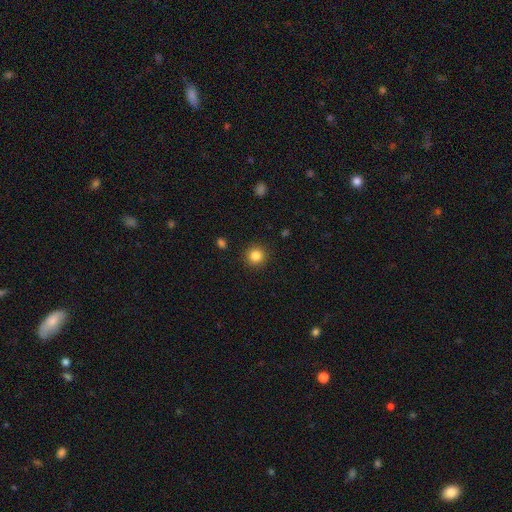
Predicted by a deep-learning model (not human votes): This appears to be a smooth galaxy with no disk features (84%) that is round (94%). Merging: none (91%).